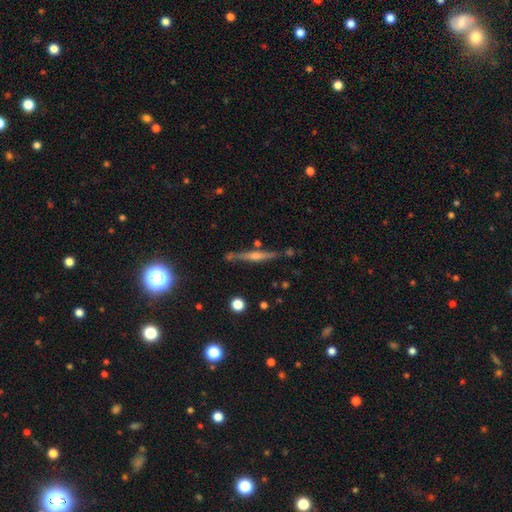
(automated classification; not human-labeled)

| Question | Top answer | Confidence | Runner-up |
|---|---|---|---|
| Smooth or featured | featured or disk | 73% | smooth (17%) |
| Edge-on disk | yes | 97% | no (3%) |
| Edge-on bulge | rounded | 77% | boxy (12%) |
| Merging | none | 81% | minor disturbance (12%) |